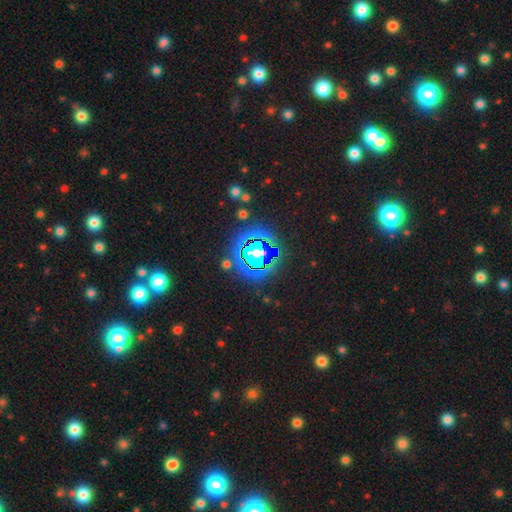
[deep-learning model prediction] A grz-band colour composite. It shows a star or artifact, not a galaxy (62%).